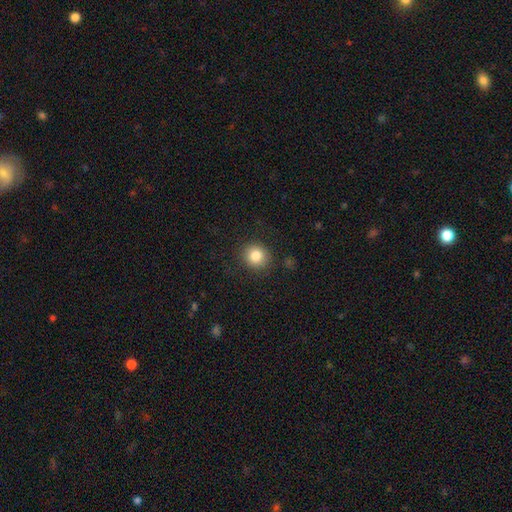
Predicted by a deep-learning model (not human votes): This is clearly a smooth galaxy (83%). How rounded: clearly round (89%). Merging: clearly none (88%).